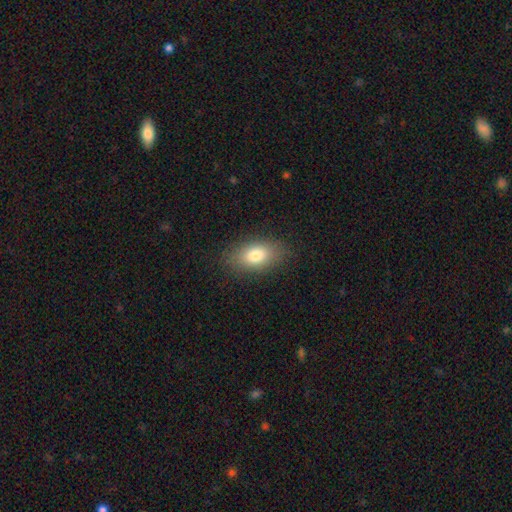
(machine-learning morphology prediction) Smooth or featured? smooth (80%)
How rounded? in between (89%)
Merging? none (85%)